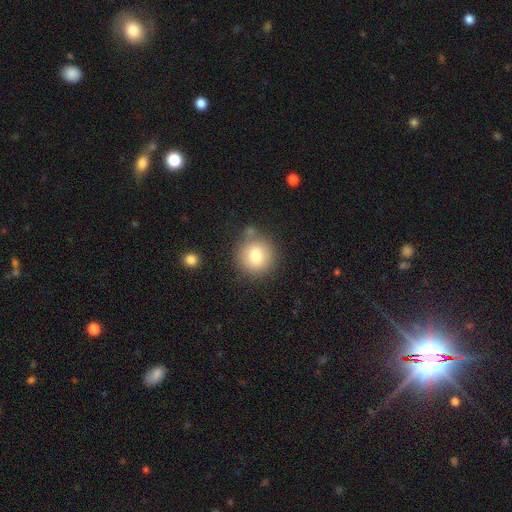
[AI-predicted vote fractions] Smooth or featured? smooth (78%)
How rounded? round (91%)
Merging? none (74%)